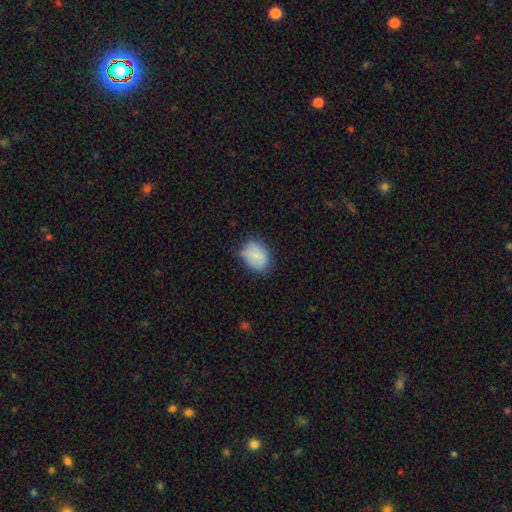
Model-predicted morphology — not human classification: Overall: smooth (81%). How rounded: in between (61%; round 38%). Merging: none (58%; minor disturbance 32%).